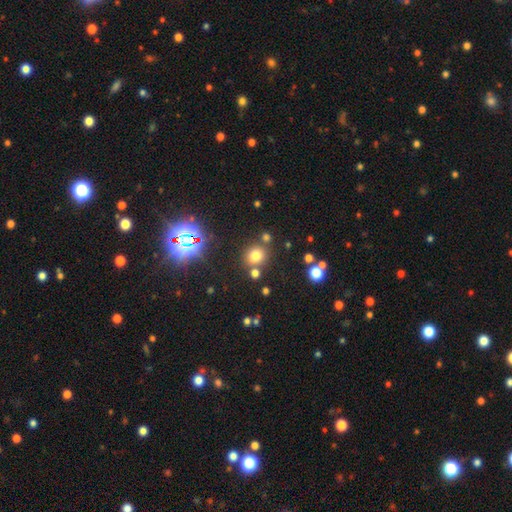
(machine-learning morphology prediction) smooth_or_featured: smooth (p=0.70) [alt: star or artifact p=0.22]
how_rounded: round (p=0.80) [alt: in between p=0.19]
merging: none (p=0.75) [alt: merger p=0.12]